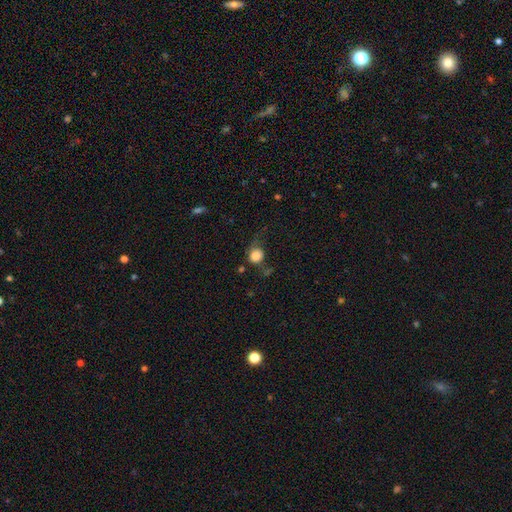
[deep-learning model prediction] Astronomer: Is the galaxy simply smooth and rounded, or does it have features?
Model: smooth — 82%.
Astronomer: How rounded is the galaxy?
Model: round — 81%.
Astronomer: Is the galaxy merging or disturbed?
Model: none — 49% (runner-up: minor disturbance, 25%).